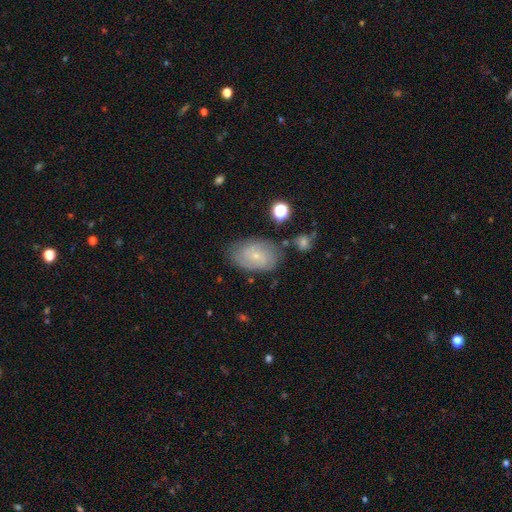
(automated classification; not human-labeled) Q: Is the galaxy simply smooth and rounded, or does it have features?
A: featured or disk — 65%.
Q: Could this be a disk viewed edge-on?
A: no — 96%.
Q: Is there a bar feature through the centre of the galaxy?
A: no — 65%.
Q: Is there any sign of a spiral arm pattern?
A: yes — 88%.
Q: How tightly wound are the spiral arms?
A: tight — 58%.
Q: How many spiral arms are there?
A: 2 — 39%.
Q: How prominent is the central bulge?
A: small — 79%.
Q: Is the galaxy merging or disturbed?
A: none — 72%.